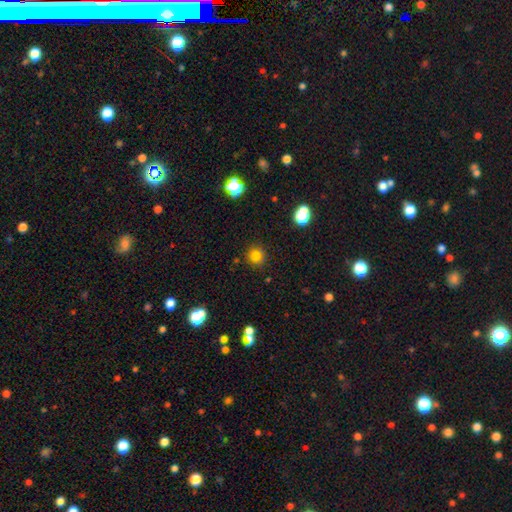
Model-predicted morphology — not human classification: Q: Smooth or featured?
A: smooth (79%); runner-up: star or artifact (15%)
Q: How rounded?
A: round (92%); runner-up: in between (7%)
Q: Merging?
A: none (87%); runner-up: minor disturbance (9%)